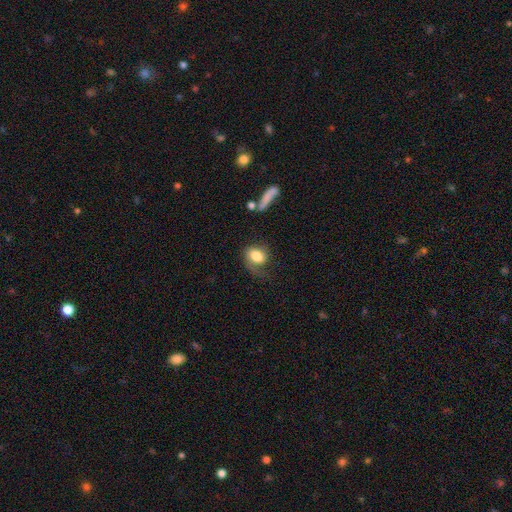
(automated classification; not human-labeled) A smooth galaxy with no disk features (67%) that is in between round and cigar-shaped (57%). Merging: none (42%).